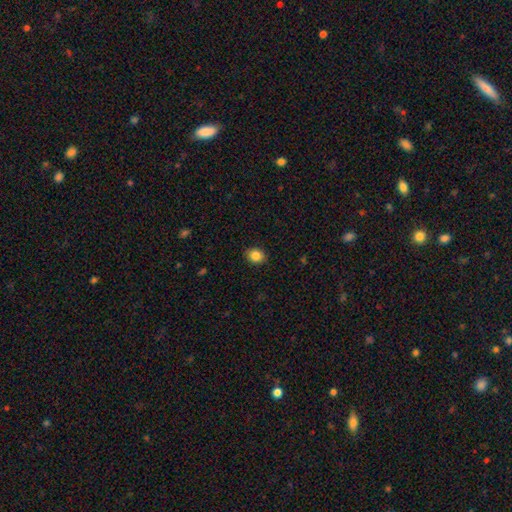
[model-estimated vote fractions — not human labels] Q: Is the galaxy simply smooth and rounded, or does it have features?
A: smooth — 86%.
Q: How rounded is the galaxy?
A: round — 59%.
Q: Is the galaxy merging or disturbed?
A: none — 89%.